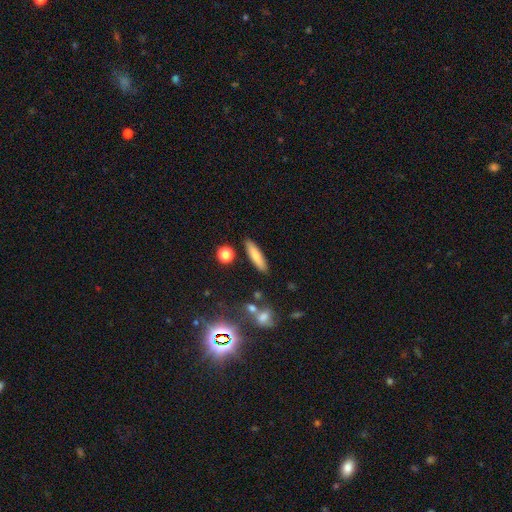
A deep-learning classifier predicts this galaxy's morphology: smooth 75%, featured or disk 17%, star or artifact 8%. Down the decision tree: how rounded — cigar-shaped (72%); merging — none (87%).